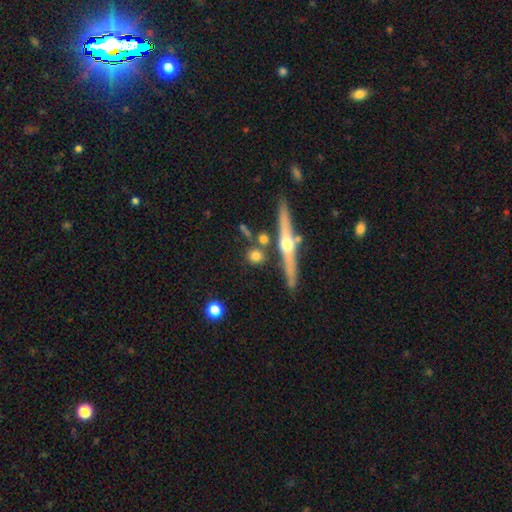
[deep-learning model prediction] Overall: smooth (59%; featured or disk 31%). How rounded: round (76%). Merging: none (74%).